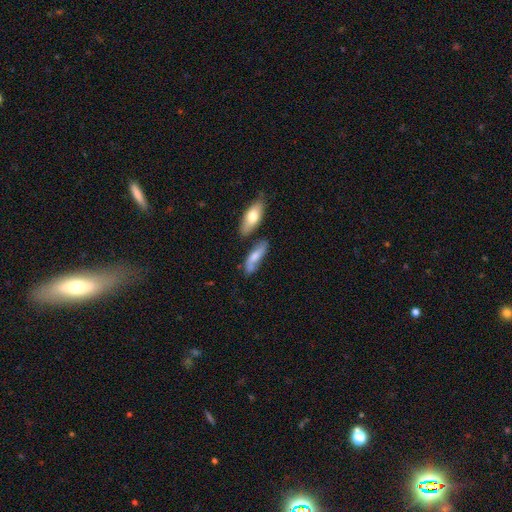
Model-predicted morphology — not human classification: A featured or disk galaxy (46%). Merging: none (57%).